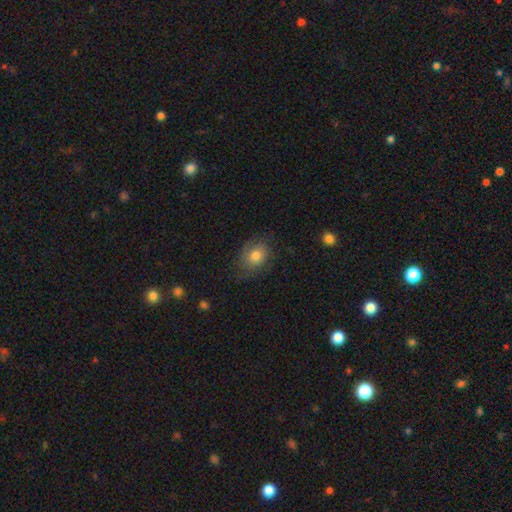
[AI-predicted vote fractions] Smooth or featured?
  - smooth: 59% *
  - featured or disk: 32%
  - star or artifact: 9%
How rounded?
  - in between: 56% *
  - round: 43%
  - cigar-shaped: 1%
Merging?
  - none: 68% *
  - minor disturbance: 21%
  - major disturbance: 9%
  - merger: 1%